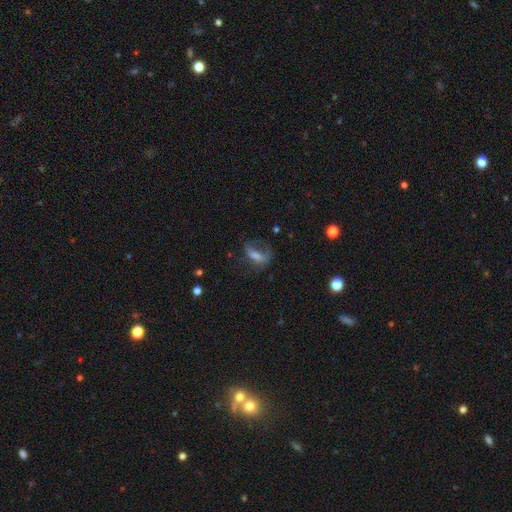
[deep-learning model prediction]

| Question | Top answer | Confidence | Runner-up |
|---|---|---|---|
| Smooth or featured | featured or disk | 45% | smooth (41%) |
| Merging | none | 41% | major disturbance (34%) |